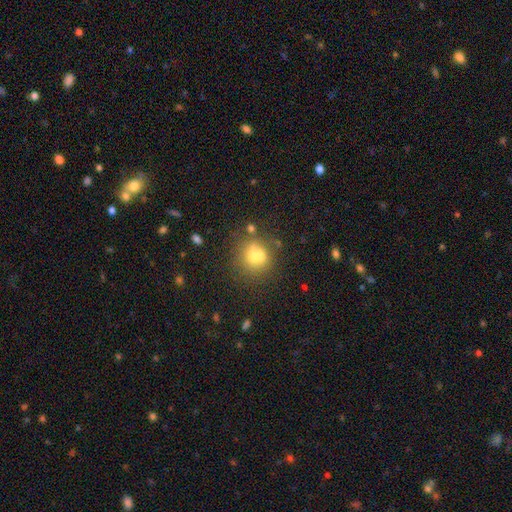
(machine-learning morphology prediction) type=smooth (61%); roundness=round (83%); merging=none (43%).